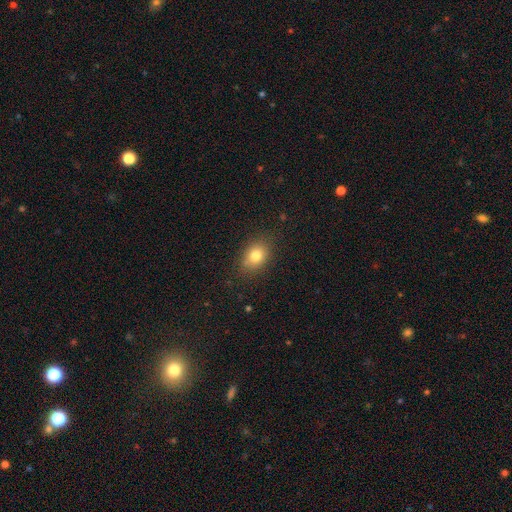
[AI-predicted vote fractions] The model was most divided on "how rounded": in between: 71%, round: 27%, cigar-shaped: 2%. More confident: merging — none (81%); smooth or featured — smooth (80%).